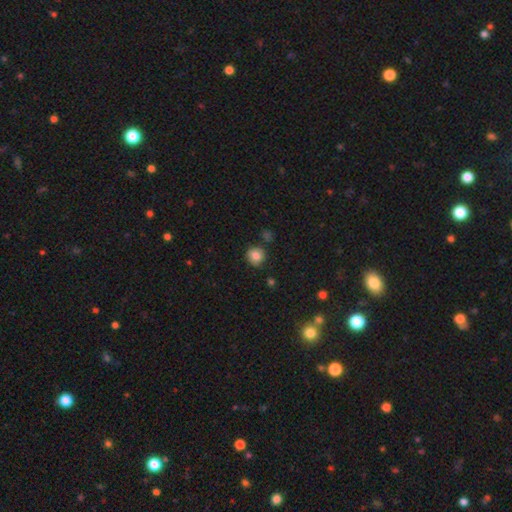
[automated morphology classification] A smooth galaxy with no disk features (80%) that is round (85%). Merging: none (81%).